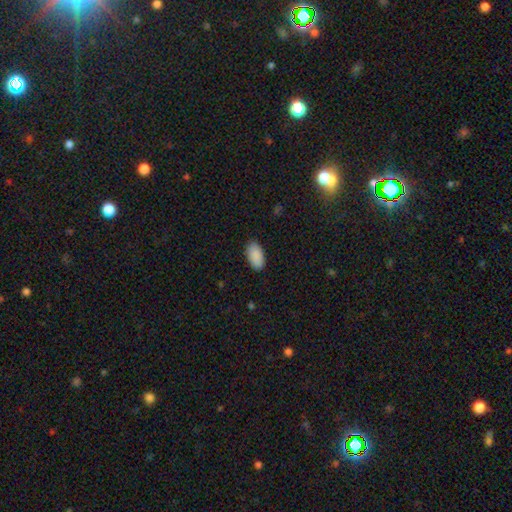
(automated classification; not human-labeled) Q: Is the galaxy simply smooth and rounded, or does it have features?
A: smooth — 91%.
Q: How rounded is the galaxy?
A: in between — 95%.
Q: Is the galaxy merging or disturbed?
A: none — 87%.